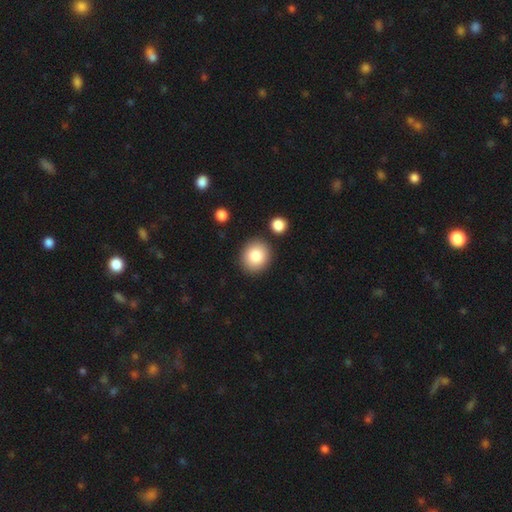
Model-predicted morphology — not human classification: smooth 82%, featured or disk 9%, star or artifact 9%. Down the decision tree: how rounded — round (77%); merging — none (85%).